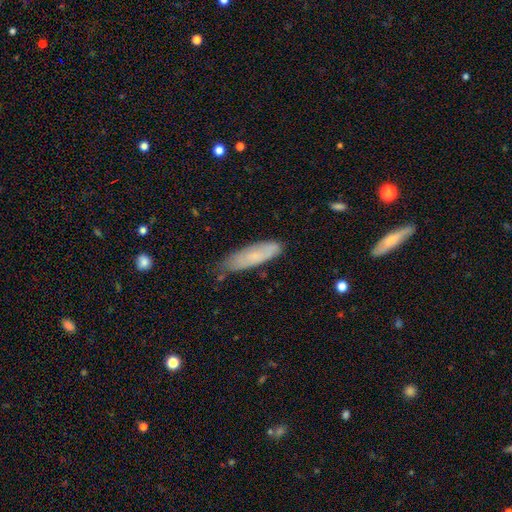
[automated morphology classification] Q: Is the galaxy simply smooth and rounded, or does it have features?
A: smooth — 63%.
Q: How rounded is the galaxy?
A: cigar-shaped — 62%.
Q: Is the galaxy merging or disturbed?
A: none — 64%.